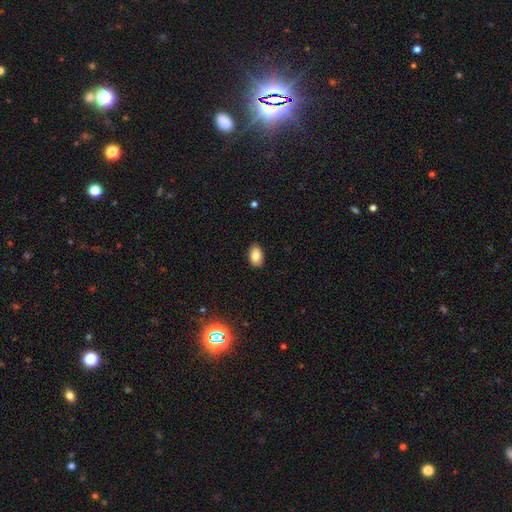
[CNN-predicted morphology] Smooth or featured? Predicted: smooth (p=0.85). How rounded? Predicted: in between (p=0.90). Merging? Predicted: none (p=0.87).